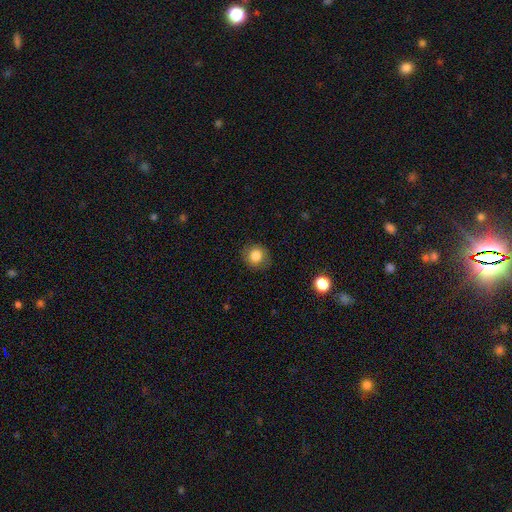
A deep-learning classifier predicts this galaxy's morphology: smooth 82%, star or artifact 10%, featured or disk 8%. Down the decision tree: how rounded — round (86%); merging — none (83%).